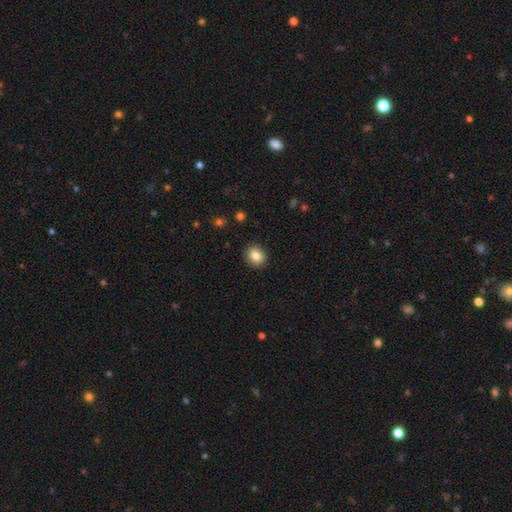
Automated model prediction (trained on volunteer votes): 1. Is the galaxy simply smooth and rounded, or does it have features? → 84% smooth, 9% star or artifact, 7% featured or disk.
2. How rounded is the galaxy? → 77% round, 22% in between, 1% cigar-shaped.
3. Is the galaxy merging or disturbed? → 91% none, 6% minor disturbance, 2% major disturbance, 1% merger.